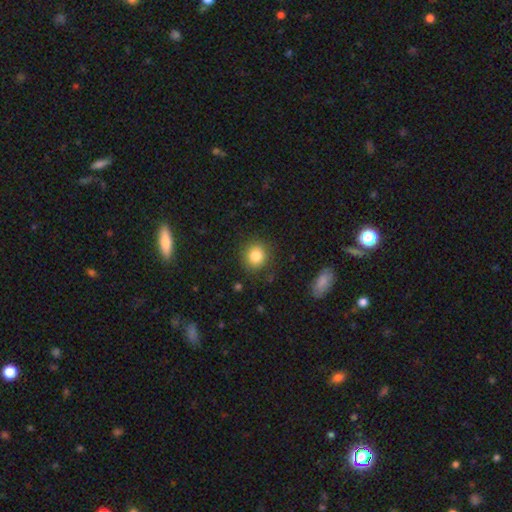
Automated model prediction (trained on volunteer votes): Morphology: type=smooth (84%); roundness=round (83%); merging=none (84%).